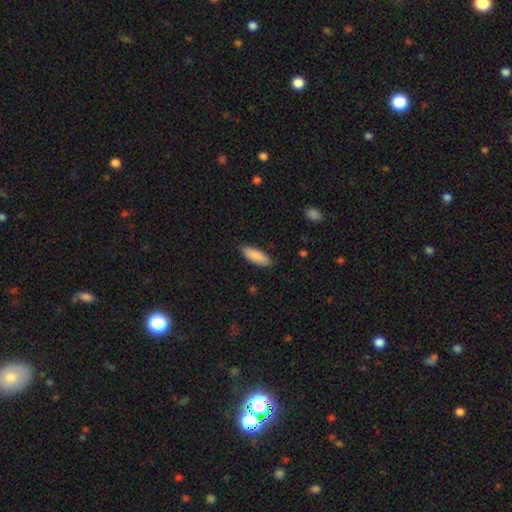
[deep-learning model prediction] A smooth galaxy with no disk features (88%) that is in between round and cigar-shaped (66%).

Vote fractions:
- Smooth or featured? smooth: 88% / featured or disk: 6% / star or artifact: 6%
- How rounded? in between: 66% / cigar-shaped: 33% / round: 2%
- Merging? none: 87% / minor disturbance: 10% / major disturbance: 2% / merger: 1%